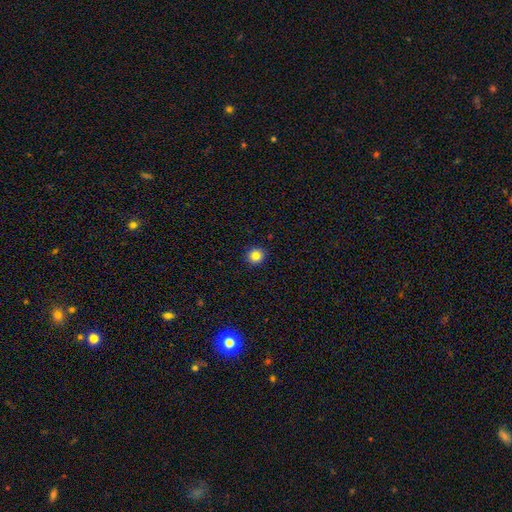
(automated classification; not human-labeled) Morphology: type=smooth (84%); roundness=round (91%); merging=none (92%).